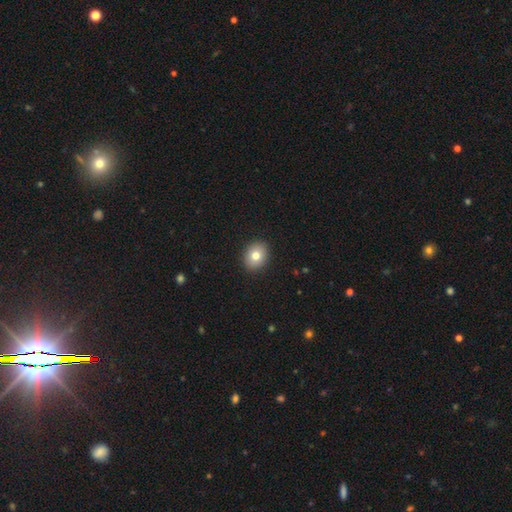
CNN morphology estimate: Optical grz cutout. It shows a smooth galaxy with no disk features (79%) that is round (57%). Merging: none (91%).